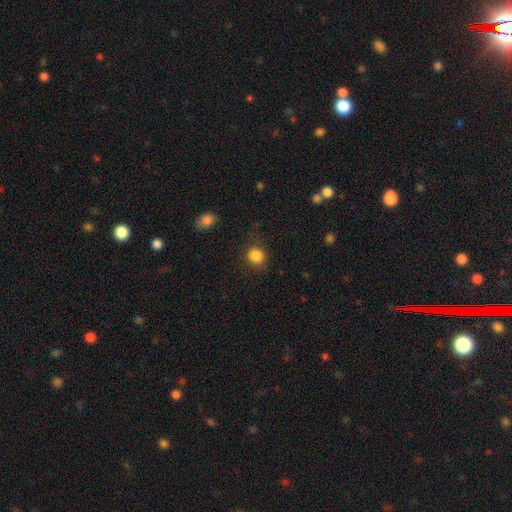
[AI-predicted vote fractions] A smooth galaxy with no disk features (85%) that is round (82%). Merging: none (82%).